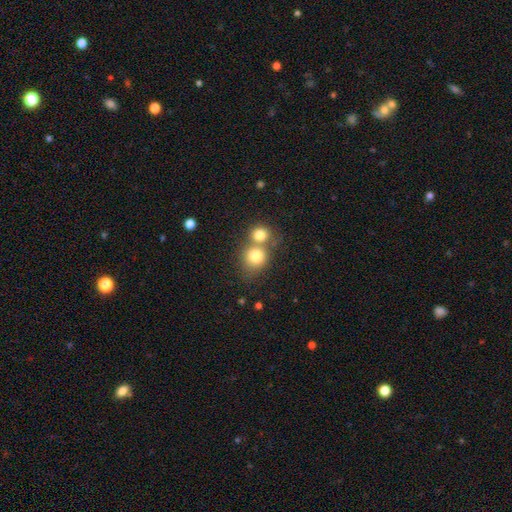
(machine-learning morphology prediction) Smooth or featured: smooth — 79% (featured or disk — 11%)
How rounded: round — 78% (in between — 21%)
Merging: merger — 55% (none — 35%)